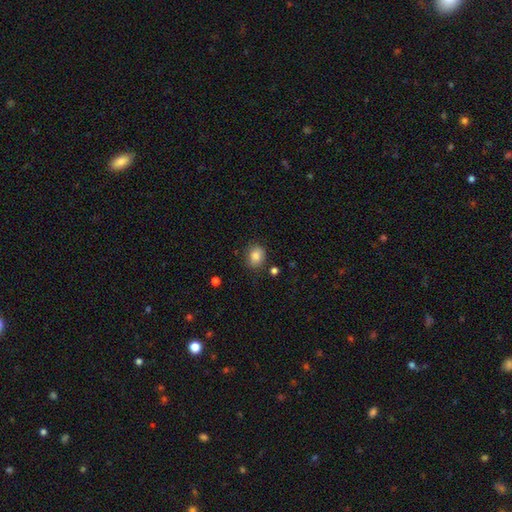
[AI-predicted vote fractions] Smooth or featured: smooth — 84% (star or artifact — 9%)
How rounded: round — 56% (in between — 43%)
Merging: none — 80% (minor disturbance — 14%)